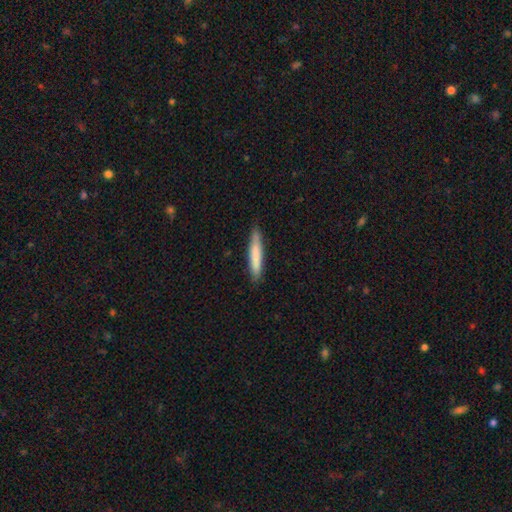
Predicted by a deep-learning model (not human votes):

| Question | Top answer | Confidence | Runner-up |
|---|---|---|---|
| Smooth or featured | smooth | 78% | featured or disk (17%) |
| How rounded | cigar-shaped | 93% | in between (6%) |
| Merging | none | 86% | minor disturbance (11%) |